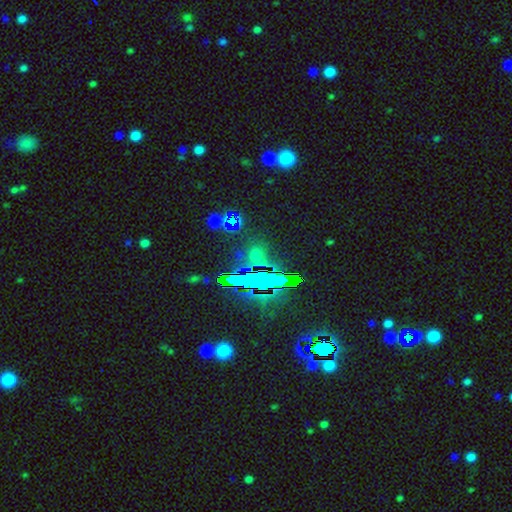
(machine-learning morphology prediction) A star or artifact, not a galaxy (61%).